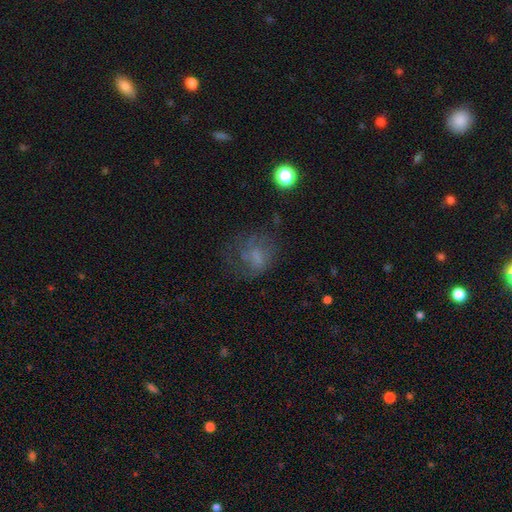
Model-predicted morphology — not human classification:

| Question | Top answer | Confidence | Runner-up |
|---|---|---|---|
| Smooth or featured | smooth | 45% | featured or disk (38%) |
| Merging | none | 48% | major disturbance (28%) |